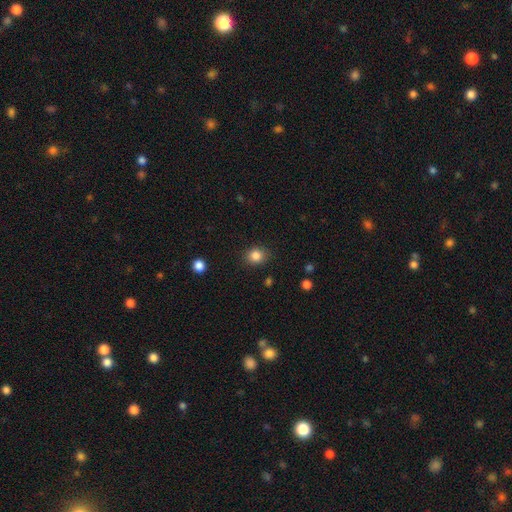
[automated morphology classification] Smooth or featured? Predicted: smooth (p=0.85). How rounded? Predicted: round (p=0.69). Merging? Predicted: none (p=0.87).